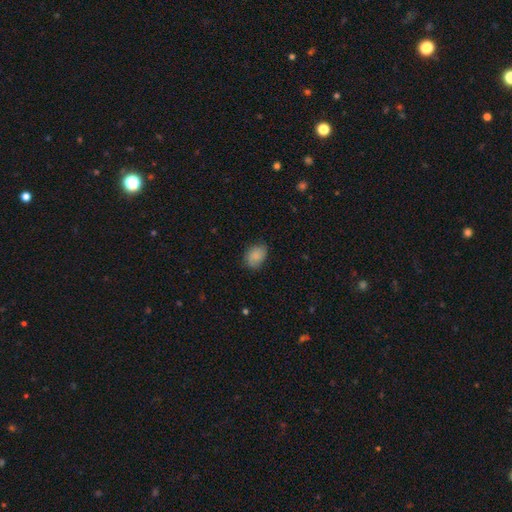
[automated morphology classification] The model was most divided on "how rounded": in between: 70%, round: 29%, cigar-shaped: 1%. More confident: smooth or featured — smooth (82%); merging — none (74%).